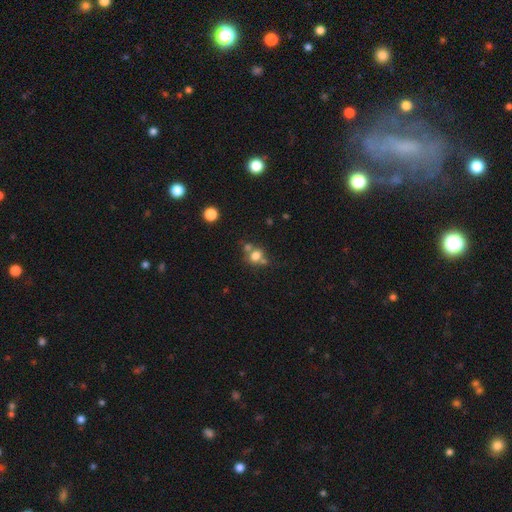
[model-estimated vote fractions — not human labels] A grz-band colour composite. It shows a smooth galaxy with no disk features (71%) that is round (67%). Merging: none (46%).